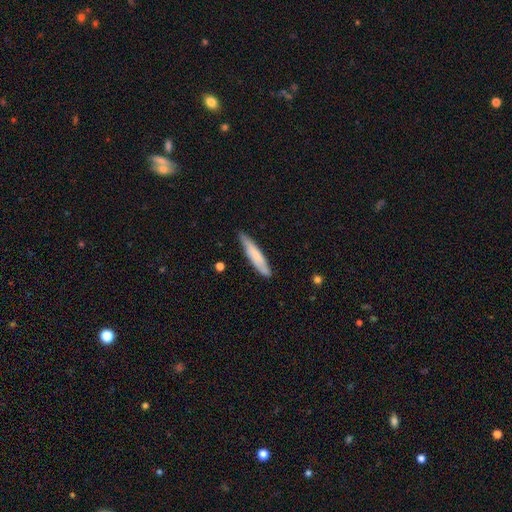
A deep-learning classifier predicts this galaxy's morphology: Smooth or featured? Predicted: smooth (p=0.70). How rounded? Predicted: cigar-shaped (p=0.88). Merging? Predicted: none (p=0.79).